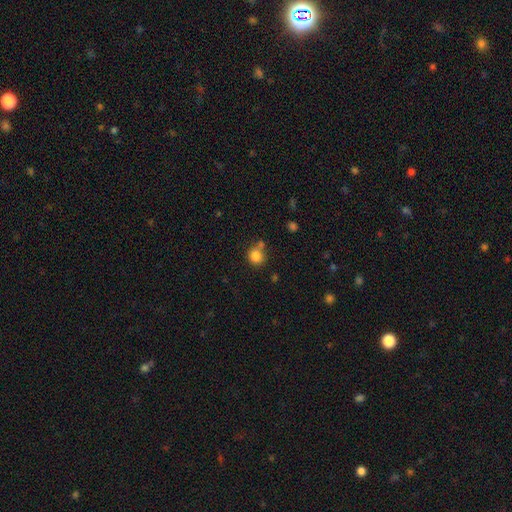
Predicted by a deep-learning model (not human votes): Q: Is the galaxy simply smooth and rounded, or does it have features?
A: smooth — 83%.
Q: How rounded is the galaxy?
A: round — 87%.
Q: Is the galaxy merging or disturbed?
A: none — 60%.